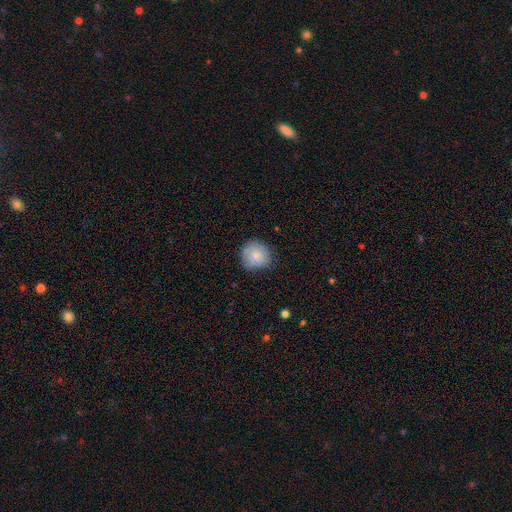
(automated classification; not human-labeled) smooth-or-featured: smooth: 72% | featured or disk: 20% | star or artifact: 7%
  how-rounded: round: 87% | in between: 12% | cigar-shaped: 1%
  merging: none: 74% | minor disturbance: 19% | major disturbance: 5% | merger: 1%